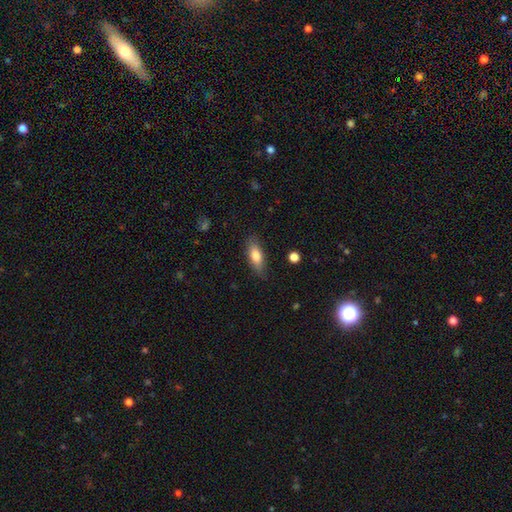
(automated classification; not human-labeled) Smooth or featured? smooth (77%)
How rounded? in between (67%)
Merging? none (83%)